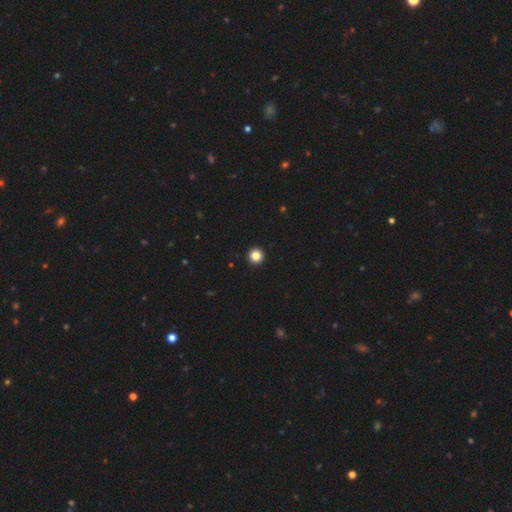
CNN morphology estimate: The model was most divided on "smooth or featured": smooth: 85%, star or artifact: 11%, featured or disk: 4%. More confident: how rounded — round (96%); merging — none (95%).